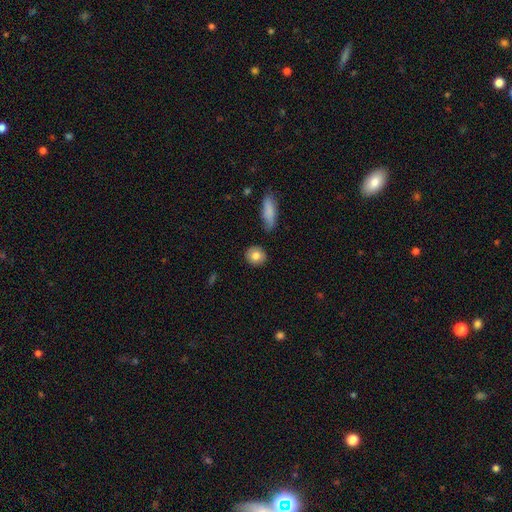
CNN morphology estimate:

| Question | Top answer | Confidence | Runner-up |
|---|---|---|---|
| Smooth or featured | smooth | 82% | featured or disk (11%) |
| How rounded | round | 81% | in between (17%) |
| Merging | none | 86% | minor disturbance (9%) |